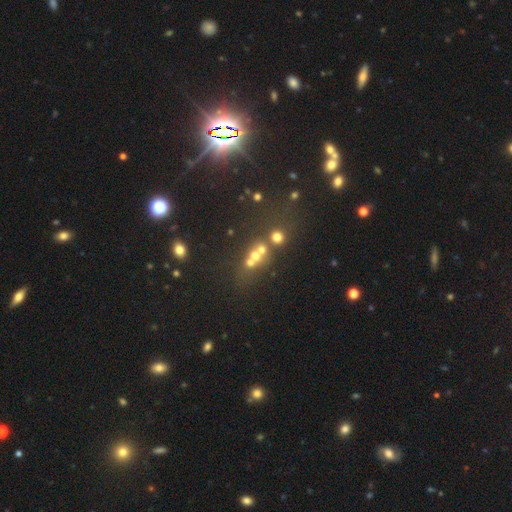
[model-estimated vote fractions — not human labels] Smooth or featured: star or artifact — 54% (smooth — 31%)